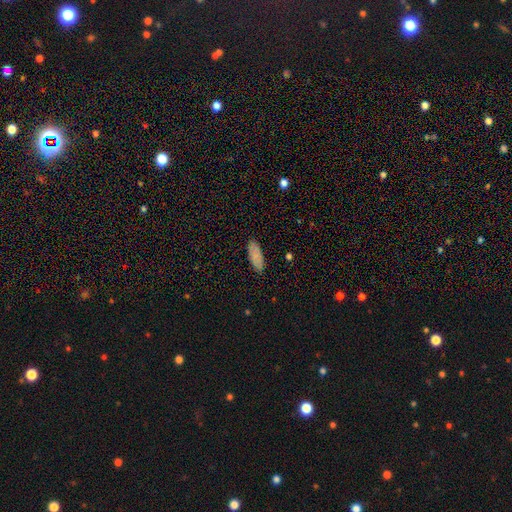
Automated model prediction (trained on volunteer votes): smooth 86%, featured or disk 7%, star or artifact 7%. Down the decision tree: how rounded — in between (76%); merging — none (86%).